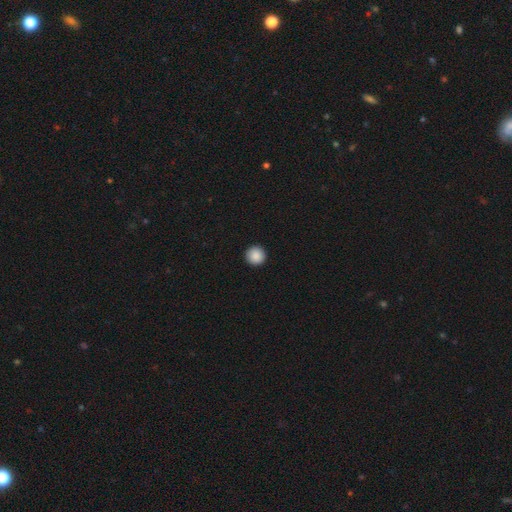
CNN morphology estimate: This is clearly a smooth galaxy (89%). How rounded: clearly round (96%). Merging: clearly none (94%).